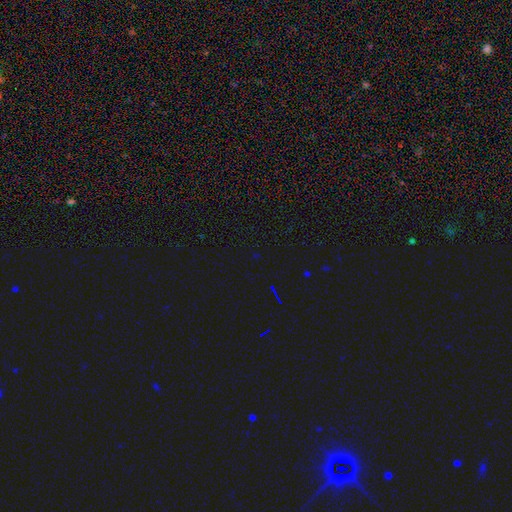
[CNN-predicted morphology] Smooth or featured: star or artifact — 78% (smooth — 15%)